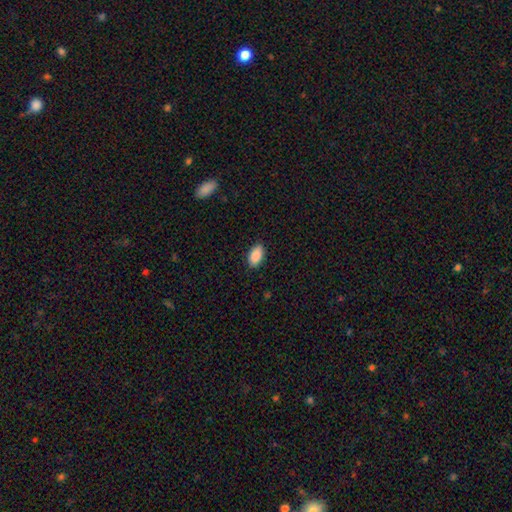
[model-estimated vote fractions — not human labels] smooth_or_featured: smooth (p=0.89) [alt: star or artifact p=0.07]
how_rounded: in between (p=0.94) [alt: round p=0.04]
merging: none (p=0.87) [alt: minor disturbance p=0.10]